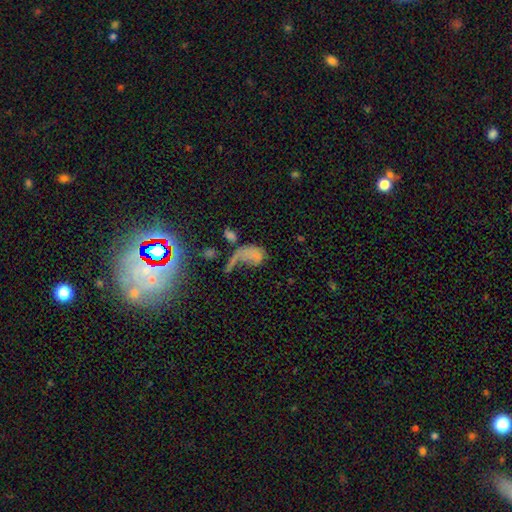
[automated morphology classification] Smooth or featured: smooth — 42% (featured or disk — 30%)
Merging: major disturbance — 40% (none — 23%)